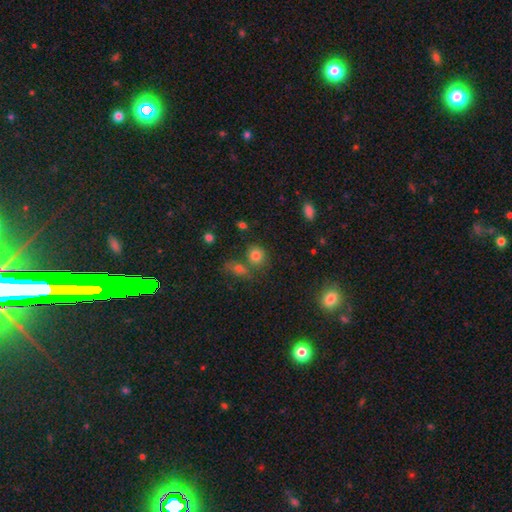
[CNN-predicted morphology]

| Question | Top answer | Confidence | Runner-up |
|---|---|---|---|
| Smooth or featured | smooth | 80% | star or artifact (13%) |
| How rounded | round | 65% | in between (34%) |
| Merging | none | 59% | merger (24%) |